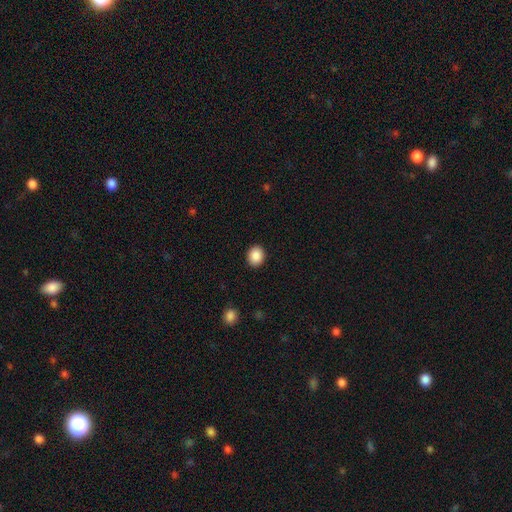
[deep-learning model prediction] This appears to be a smooth galaxy with no disk features (89%) that is round (66%). Merging: none (91%).